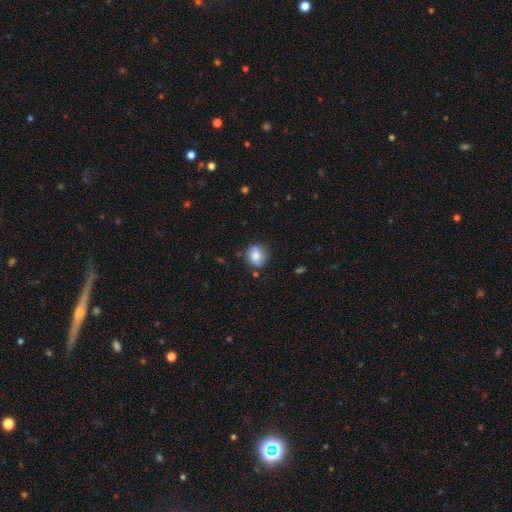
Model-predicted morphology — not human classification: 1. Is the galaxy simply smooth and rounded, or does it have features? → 77% smooth, 14% featured or disk, 8% star or artifact.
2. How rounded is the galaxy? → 66% round, 32% in between, 1% cigar-shaped.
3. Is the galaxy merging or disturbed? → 73% none, 19% minor disturbance, 4% major disturbance, 3% merger.